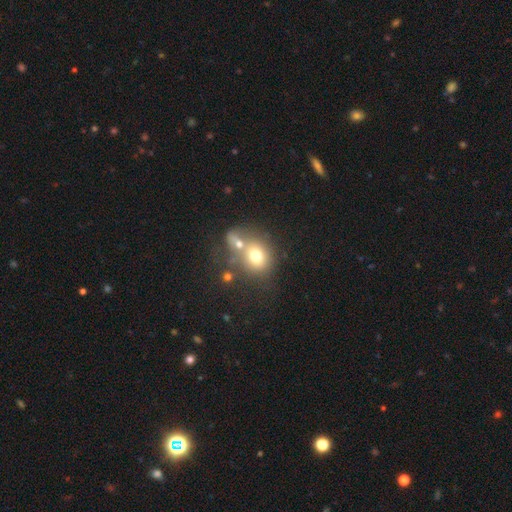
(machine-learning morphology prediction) A smooth galaxy with no disk features (70%) that is round (64%).

Vote fractions:
- Smooth or featured? smooth: 70% / featured or disk: 18% / star or artifact: 13%
- How rounded? round: 64% / in between: 35% / cigar-shaped: 1%
- Merging? merger: 46% / none: 37% / minor disturbance: 11% / major disturbance: 6%